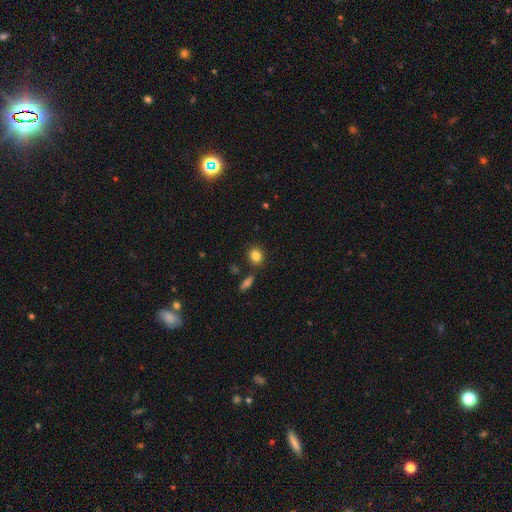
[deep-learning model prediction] This appears to be a smooth galaxy with no disk features (85%) that is round (67%). Merging: none (82%).